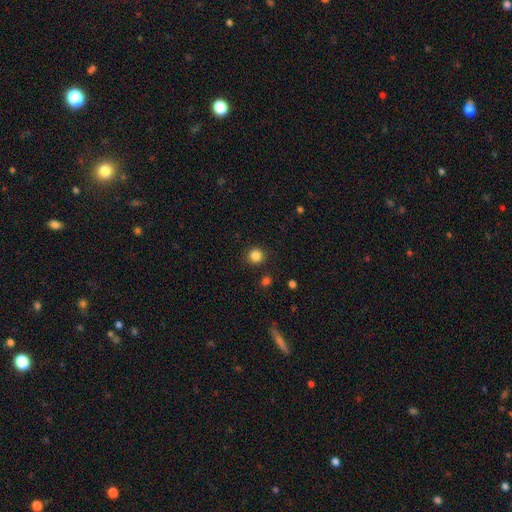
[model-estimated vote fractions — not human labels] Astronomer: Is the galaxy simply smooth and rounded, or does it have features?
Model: smooth — 84%.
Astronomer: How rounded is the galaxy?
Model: round — 93%.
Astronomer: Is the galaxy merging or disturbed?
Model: none — 90%.